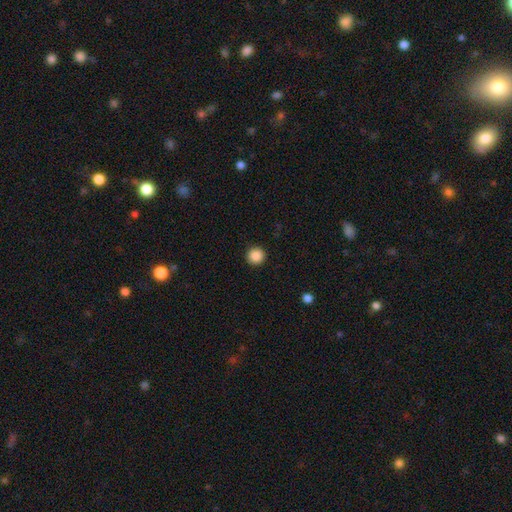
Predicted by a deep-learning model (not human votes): The model was most divided on "smooth or featured": smooth: 88%, star or artifact: 10%, featured or disk: 3%. More confident: how rounded — round (96%); merging — none (93%).